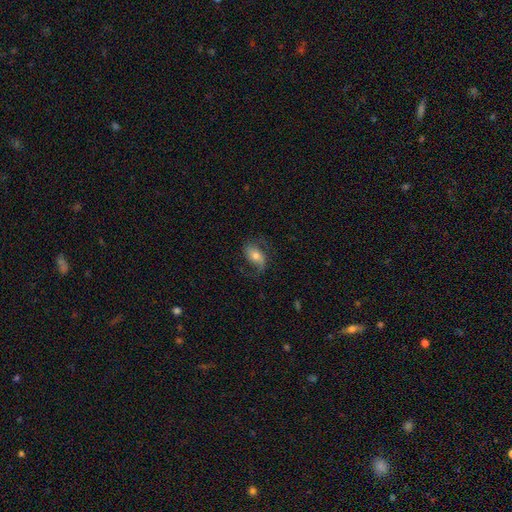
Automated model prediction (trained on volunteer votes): A featured or disk galaxy (50%).

Vote fractions:
- Smooth or featured? featured or disk: 50% / smooth: 42% / star or artifact: 8%
- Edge-on disk? no: 93% / yes: 7%
- Merging? none: 63% / minor disturbance: 21% / major disturbance: 15% / merger: 1%